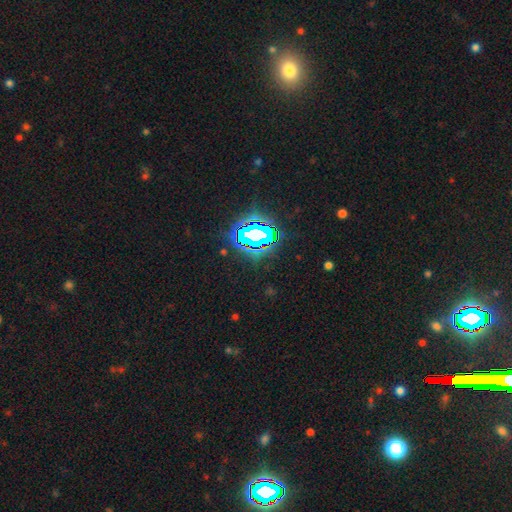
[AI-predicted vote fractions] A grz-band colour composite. It shows a star or artifact, not a galaxy (82%).